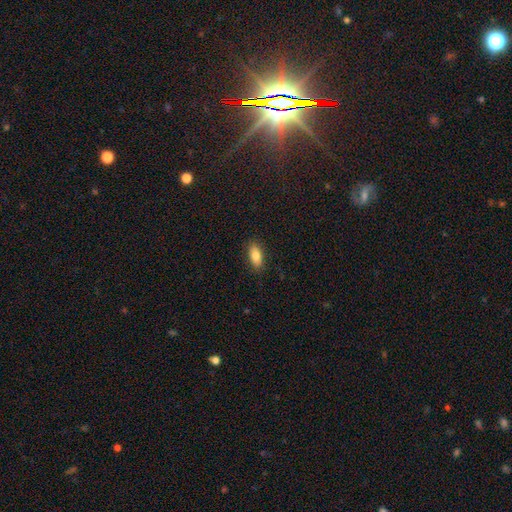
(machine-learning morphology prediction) Smooth or featured?
  - smooth: 84% *
  - featured or disk: 9%
  - star or artifact: 7%
How rounded?
  - in between: 86% *
  - cigar-shaped: 11%
  - round: 3%
Merging?
  - none: 88% *
  - minor disturbance: 9%
  - major disturbance: 2%
  - merger: 1%